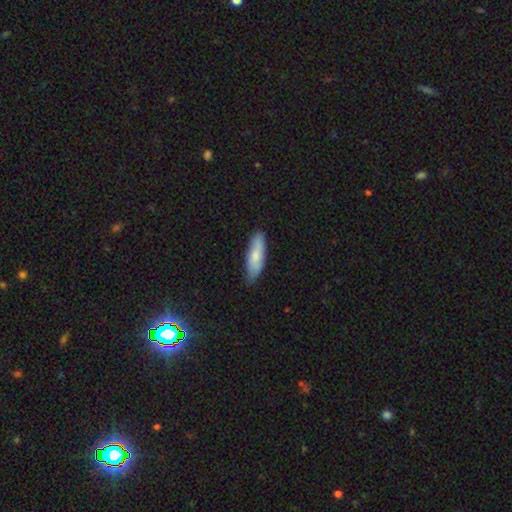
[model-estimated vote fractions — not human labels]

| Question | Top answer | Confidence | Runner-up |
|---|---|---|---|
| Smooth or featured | smooth | 77% | featured or disk (17%) |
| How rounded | cigar-shaped | 53% | in between (46%) |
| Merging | none | 79% | minor disturbance (18%) |